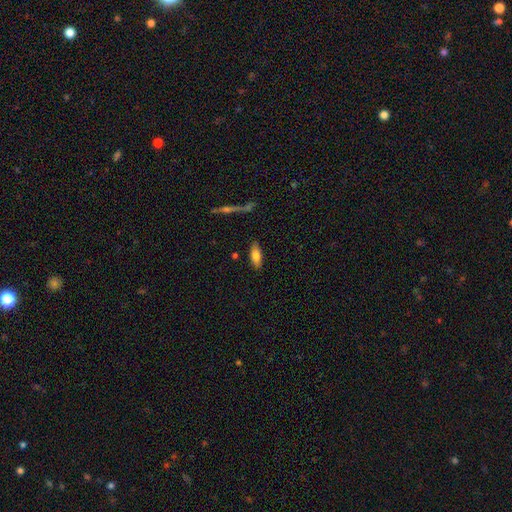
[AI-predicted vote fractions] Overall: smooth (78%). How rounded: in between (75%). Merging: none (83%).